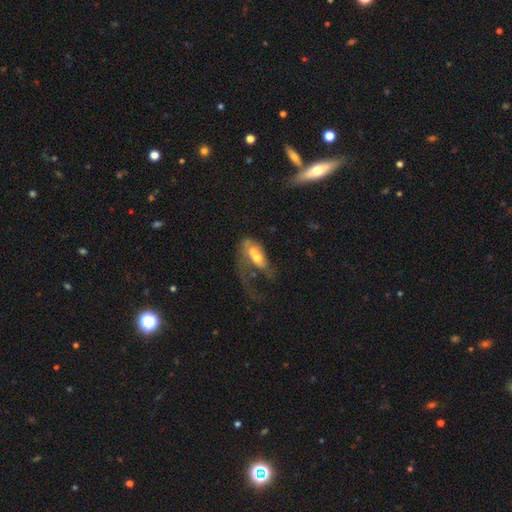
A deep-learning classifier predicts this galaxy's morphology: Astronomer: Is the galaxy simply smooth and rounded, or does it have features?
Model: smooth — 50% (runner-up: featured or disk, 42%).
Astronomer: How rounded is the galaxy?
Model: in between — 76%.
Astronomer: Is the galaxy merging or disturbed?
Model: major disturbance — 45% (runner-up: merger, 32%).